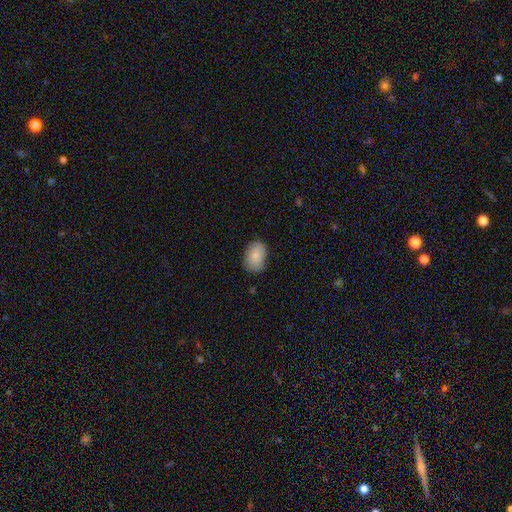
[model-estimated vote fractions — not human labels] smooth 84%, featured or disk 9%, star or artifact 7%. Down the decision tree: how rounded — in between (84%); merging — none (81%).